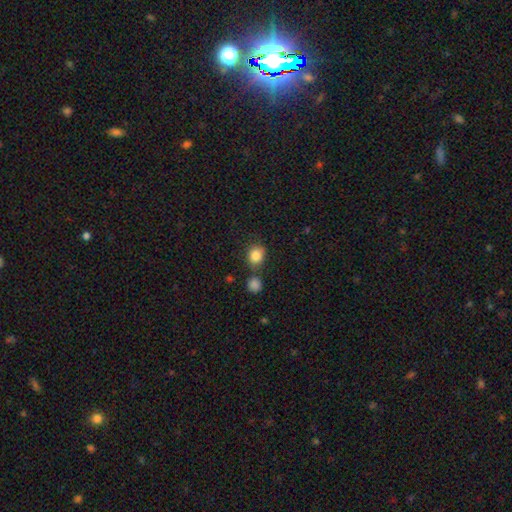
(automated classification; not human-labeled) smooth_or_featured: smooth (p=0.85) [alt: star or artifact p=0.10]
how_rounded: round (p=0.71) [alt: in between p=0.28]
merging: none (p=0.66) [alt: merger p=0.16]